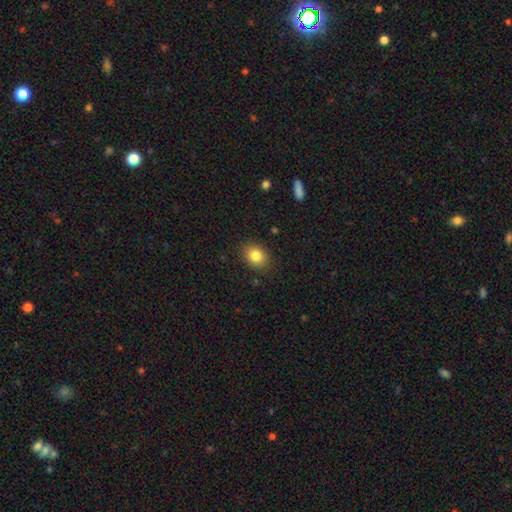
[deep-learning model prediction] smooth 83%, star or artifact 10%, featured or disk 7%. Down the decision tree: how rounded — in between (52%); merging — none (87%).